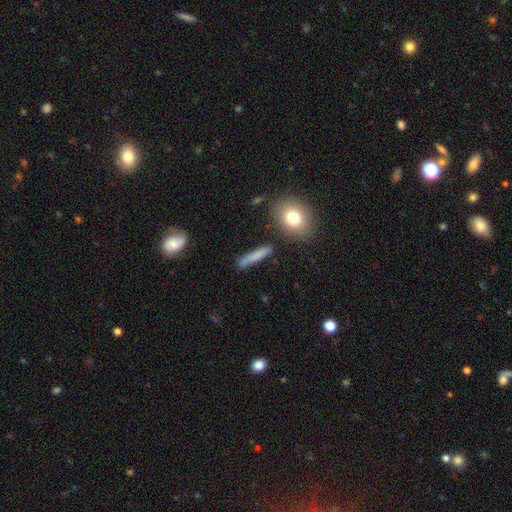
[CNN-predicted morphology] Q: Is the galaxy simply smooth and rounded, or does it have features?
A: smooth — 73%.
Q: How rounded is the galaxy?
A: cigar-shaped — 88%.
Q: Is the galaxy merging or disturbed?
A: none — 83%.